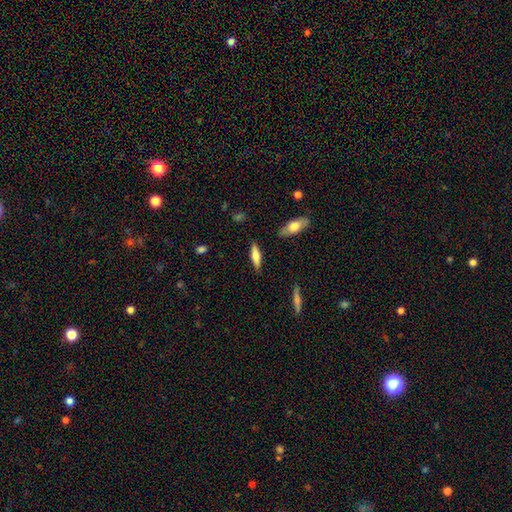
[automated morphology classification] type=smooth (58%); roundness=cigar-shaped (63%); merging=none (85%).